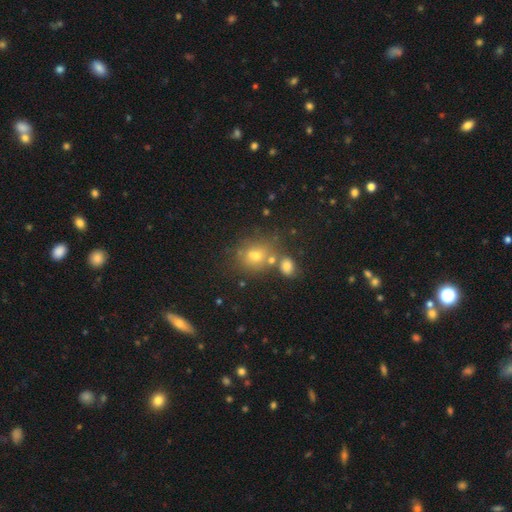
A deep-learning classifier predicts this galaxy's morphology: Overall: smooth (63%). How rounded: round (66%; in between 32%). Merging: none (58%; merger 25%).